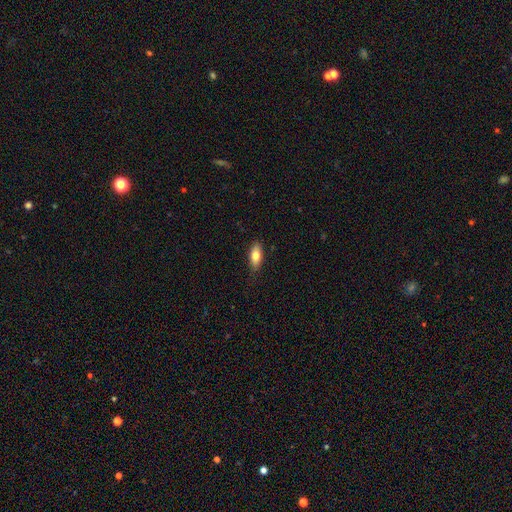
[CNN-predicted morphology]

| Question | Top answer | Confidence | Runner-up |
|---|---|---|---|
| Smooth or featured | smooth | 77% | featured or disk (17%) |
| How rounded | in between | 79% | cigar-shaped (19%) |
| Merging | none | 84% | minor disturbance (13%) |